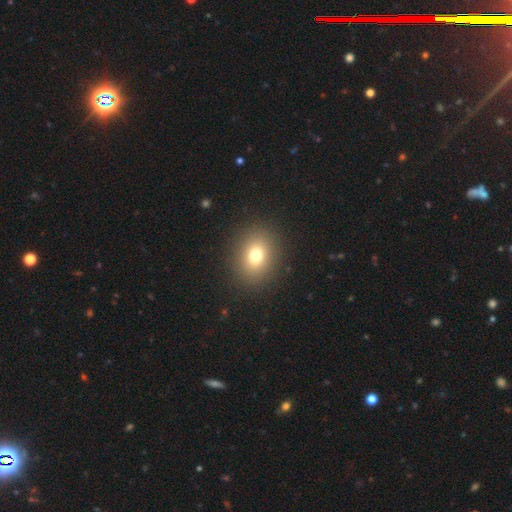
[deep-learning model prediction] Smooth or featured: smooth — 75% (star or artifact — 14%)
How rounded: round — 53% (in between — 46%)
Merging: none — 89% (minor disturbance — 7%)